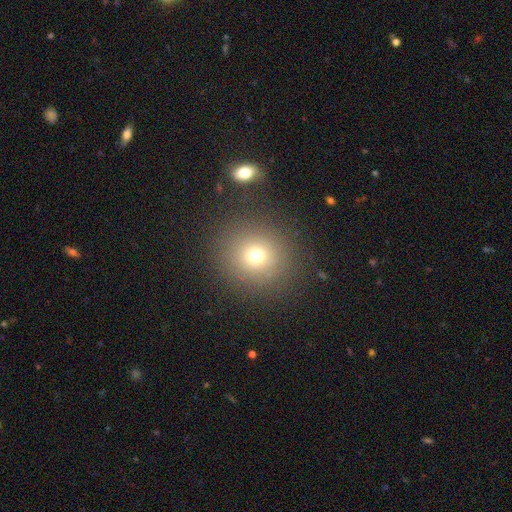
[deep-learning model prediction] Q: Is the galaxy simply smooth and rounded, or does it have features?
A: smooth — 71%.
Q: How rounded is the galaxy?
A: round — 88%.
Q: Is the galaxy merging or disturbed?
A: none — 86%.